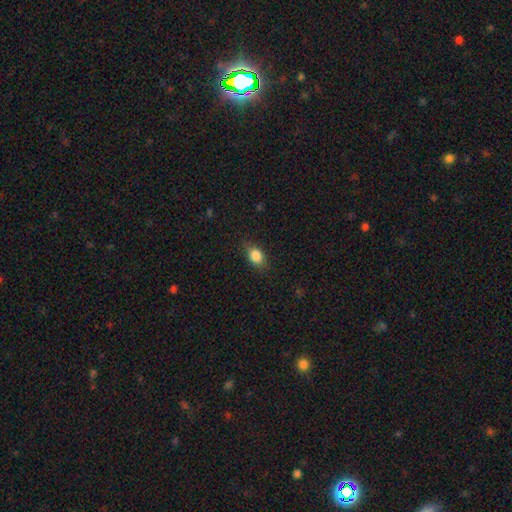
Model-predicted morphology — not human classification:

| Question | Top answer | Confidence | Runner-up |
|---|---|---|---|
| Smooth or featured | smooth | 85% | star or artifact (9%) |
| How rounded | in between | 71% | round (26%) |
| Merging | none | 81% | minor disturbance (14%) |